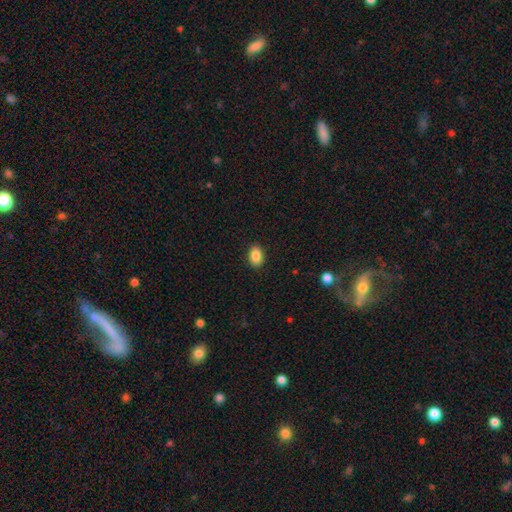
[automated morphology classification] This is clearly a smooth galaxy (86%). How rounded: clearly in between (88%). Merging: clearly none (90%).